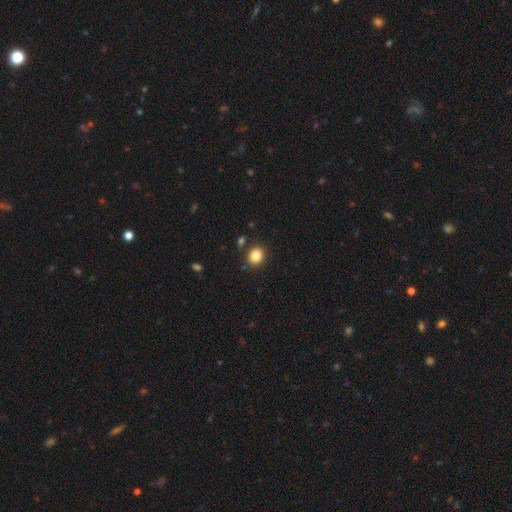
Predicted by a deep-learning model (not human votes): The model was most divided on "how rounded": round: 70%, in between: 29%, cigar-shaped: 1%. More confident: merging — none (85%); smooth or featured — smooth (85%).